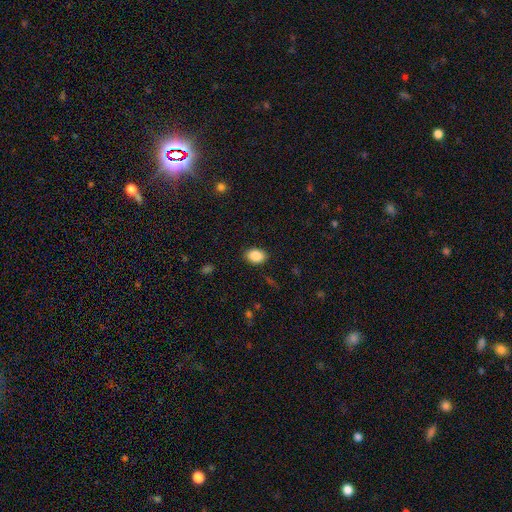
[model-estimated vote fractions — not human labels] The model was most divided on "how rounded": in between: 78%, round: 21%, cigar-shaped: 1%. More confident: smooth or featured — smooth (88%); merging — none (87%).